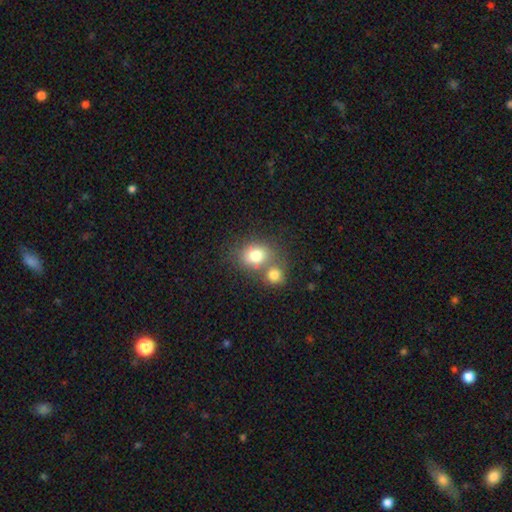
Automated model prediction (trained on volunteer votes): Smooth or featured: smooth — 77% (featured or disk — 12%)
How rounded: round — 65% (in between — 34%)
Merging: merger — 44% (none — 43%)